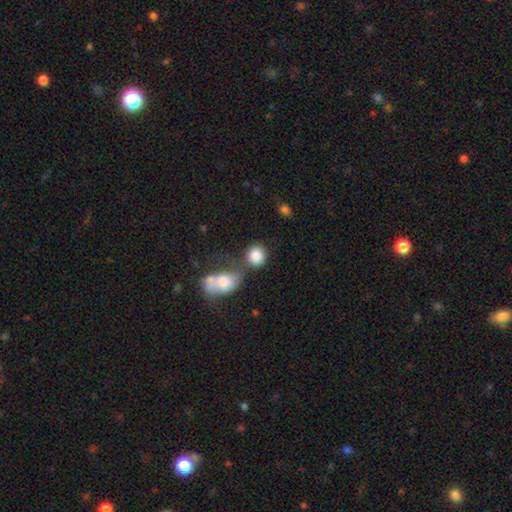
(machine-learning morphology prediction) This is clearly a smooth galaxy (84%). How rounded: clearly round (80%). Merging: possibly none (49%).